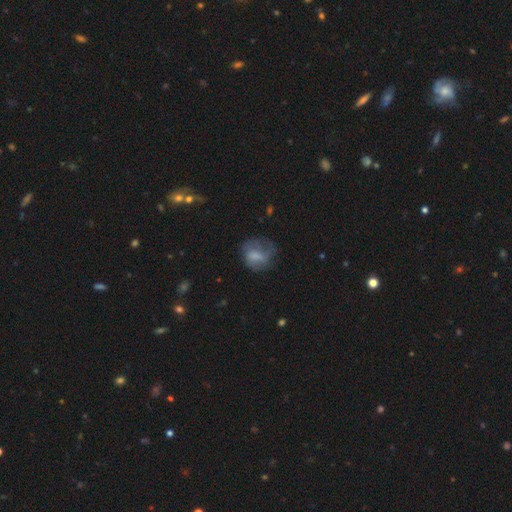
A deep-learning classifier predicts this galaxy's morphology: A smooth galaxy with no disk features (58%) that is round (57%).

Vote fractions:
- Smooth or featured? smooth: 58% / featured or disk: 32% / star or artifact: 10%
- How rounded? round: 57% / in between: 41% / cigar-shaped: 2%
- Merging? none: 46% / minor disturbance: 27% / major disturbance: 25% / merger: 2%